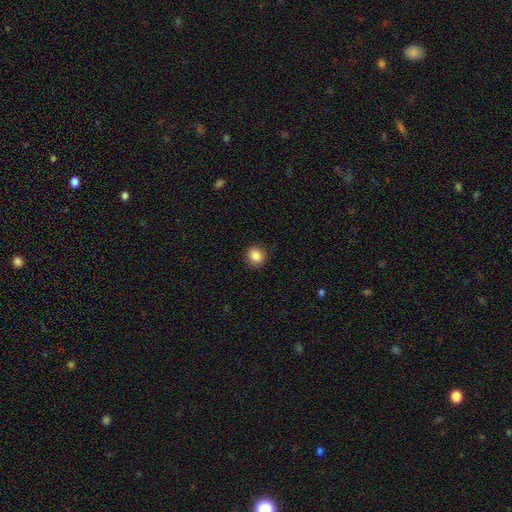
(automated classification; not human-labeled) The model was most divided on "how rounded": round: 87%, in between: 13%, cigar-shaped: 1%. More confident: merging — none (91%); smooth or featured — smooth (86%).